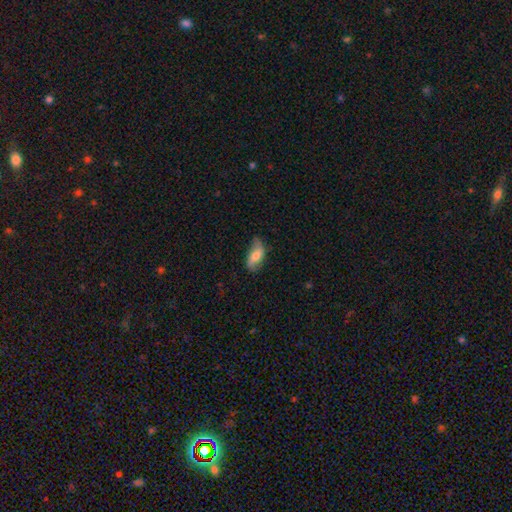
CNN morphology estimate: A featured or disk galaxy (49%). Merging: none (68%).